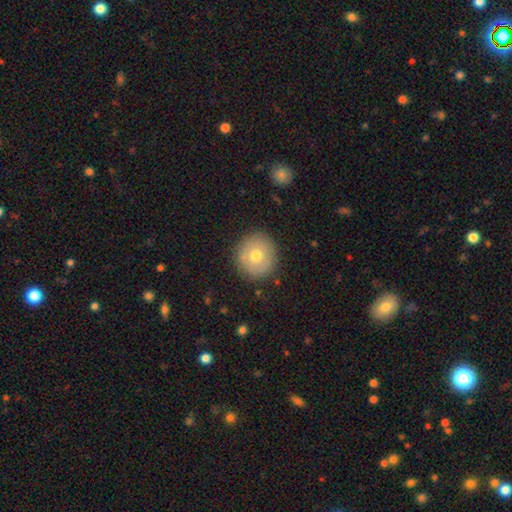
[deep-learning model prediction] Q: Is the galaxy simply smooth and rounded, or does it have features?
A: smooth — 68%.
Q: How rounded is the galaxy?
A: round — 93%.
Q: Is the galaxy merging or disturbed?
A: none — 87%.